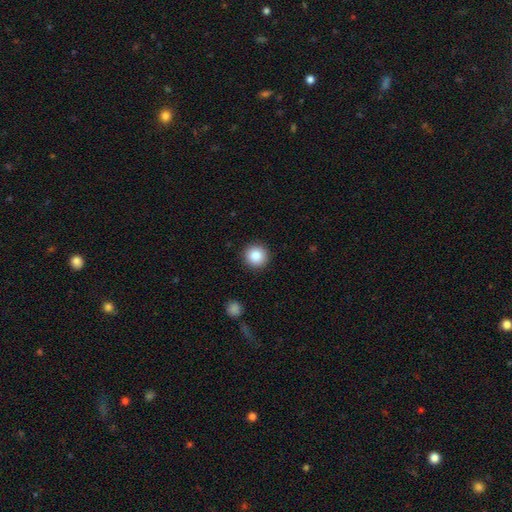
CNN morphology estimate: Smooth or featured? Predicted: smooth (p=0.87). How rounded? Predicted: round (p=0.95). Merging? Predicted: none (p=0.92).